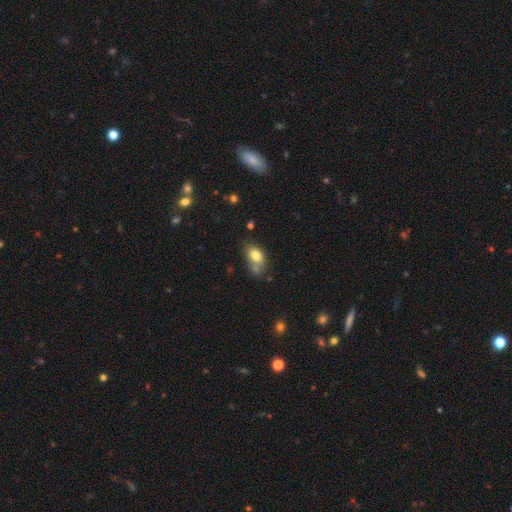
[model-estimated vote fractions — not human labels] This appears to be a smooth galaxy with no disk features (78%) that is in between round and cigar-shaped (84%). Merging: none (44%).